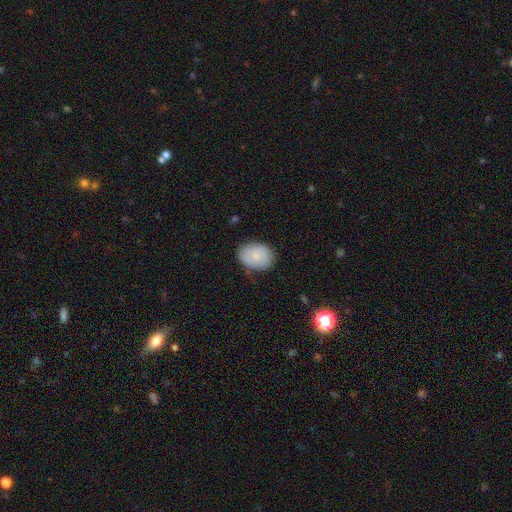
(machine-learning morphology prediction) Q: Smooth or featured?
A: smooth (77%); runner-up: featured or disk (16%)
Q: How rounded?
A: in between (69%); runner-up: round (30%)
Q: Merging?
A: none (80%); runner-up: minor disturbance (16%)